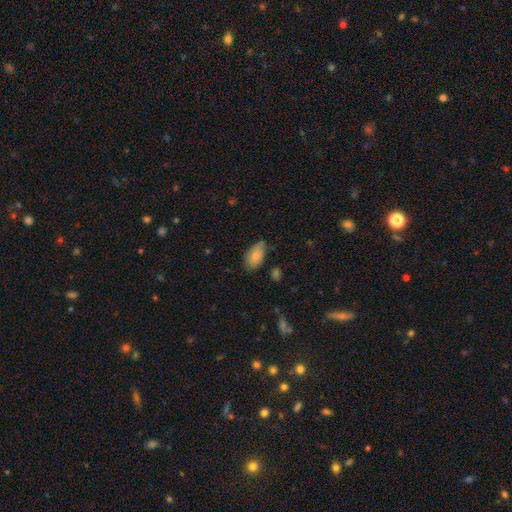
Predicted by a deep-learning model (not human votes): The model was most divided on "merging": none: 56%, minor disturbance: 34%, major disturbance: 7%, merger: 3%. More confident: how rounded — in between (92%); smooth or featured — smooth (78%).